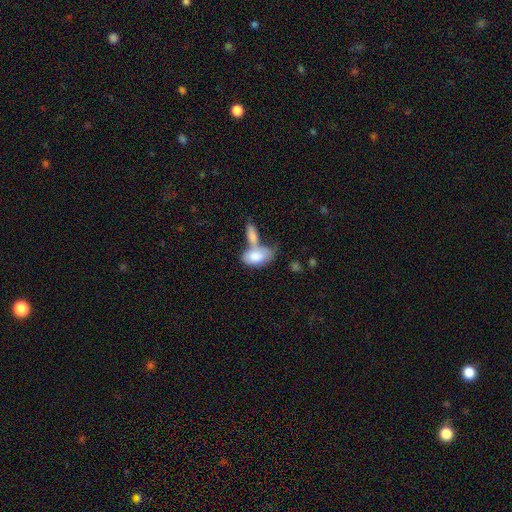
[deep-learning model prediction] Smooth or featured: smooth — 81% (featured or disk — 14%)
How rounded: in between — 93% (cigar-shaped — 4%)
Merging: merger — 56% (none — 26%)